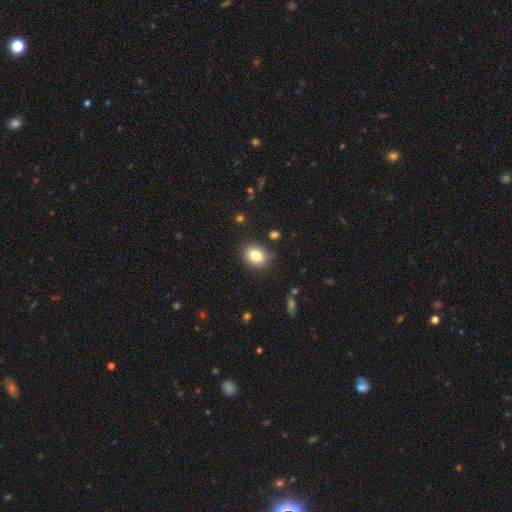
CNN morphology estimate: Smooth or featured? smooth (83%)
How rounded? round (51%)
Merging? none (86%)